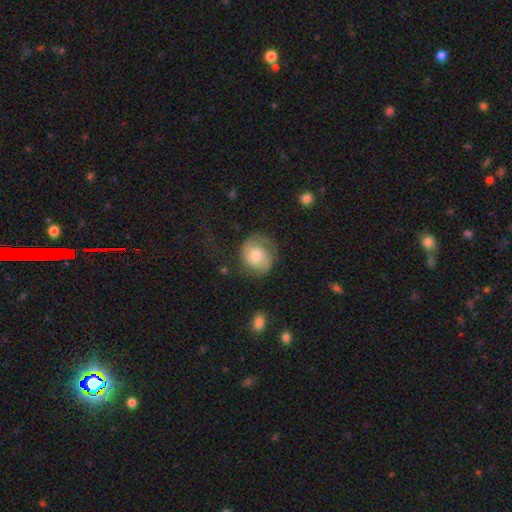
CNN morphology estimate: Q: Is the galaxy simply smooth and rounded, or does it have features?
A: featured or disk — 66%.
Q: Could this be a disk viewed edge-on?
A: no — 98%.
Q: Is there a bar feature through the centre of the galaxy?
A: no — 64%.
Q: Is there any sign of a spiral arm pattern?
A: yes — 92%.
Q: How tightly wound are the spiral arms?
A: tight — 42%, tied with medium.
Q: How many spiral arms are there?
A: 2 — 73%.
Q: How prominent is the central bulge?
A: moderate — 57%.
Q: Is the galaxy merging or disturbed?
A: none — 64%.